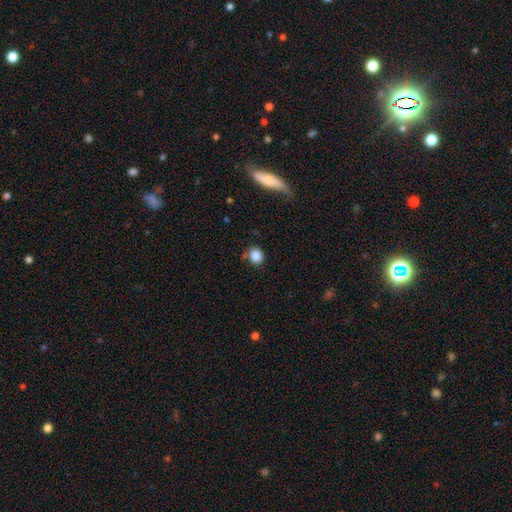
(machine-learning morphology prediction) The model was most divided on "how rounded": round: 74%, in between: 24%, cigar-shaped: 1%. More confident: smooth or featured — smooth (85%); merging — none (72%).